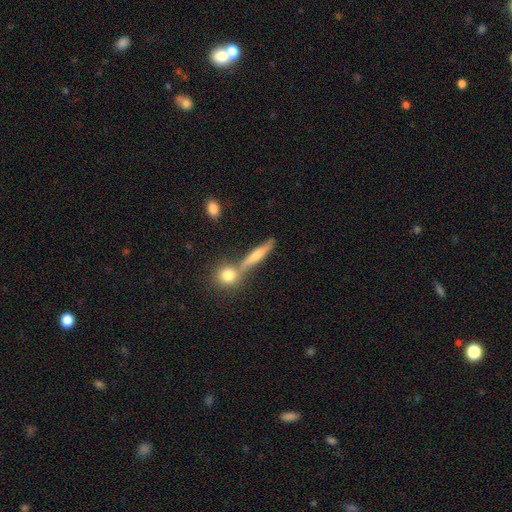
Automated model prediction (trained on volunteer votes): Smooth or featured?
  - smooth: 46% *
  - featured or disk: 43%
  - star or artifact: 11%
Merging?
  - none: 66% *
  - merger: 19%
  - minor disturbance: 12%
  - major disturbance: 4%